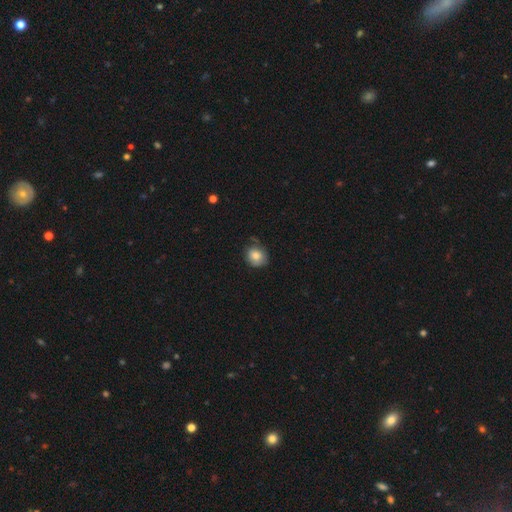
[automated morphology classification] A smooth galaxy with no disk features (75%) that is round (73%).

Vote fractions:
- Smooth or featured? smooth: 75% / featured or disk: 16% / star or artifact: 8%
- How rounded? round: 73% / in between: 26% / cigar-shaped: 1%
- Merging? none: 59% / minor disturbance: 29% / major disturbance: 10% / merger: 2%